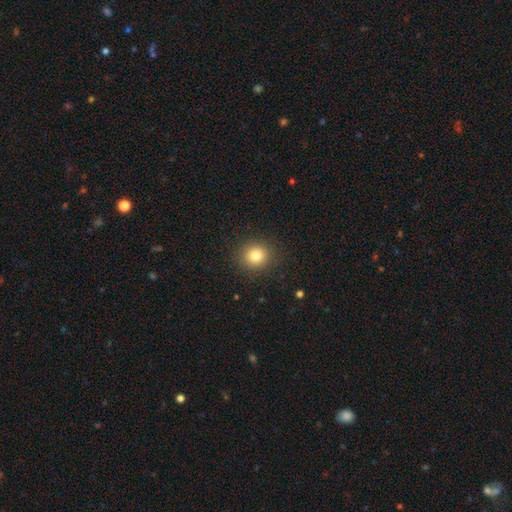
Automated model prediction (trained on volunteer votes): A smooth galaxy with no disk features (80%) that is round (88%).

Vote fractions:
- Smooth or featured? smooth: 80% / star or artifact: 12% / featured or disk: 7%
- How rounded? round: 88% / in between: 11% / cigar-shaped: 1%
- Merging? none: 90% / minor disturbance: 6% / major disturbance: 3% / merger: 1%